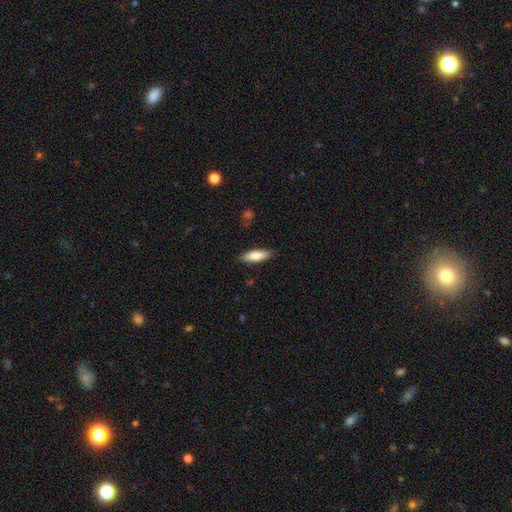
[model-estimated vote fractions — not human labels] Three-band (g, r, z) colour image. It shows a smooth galaxy with no disk features (79%) that is in between round and cigar-shaped (53%). Merging: none (86%).